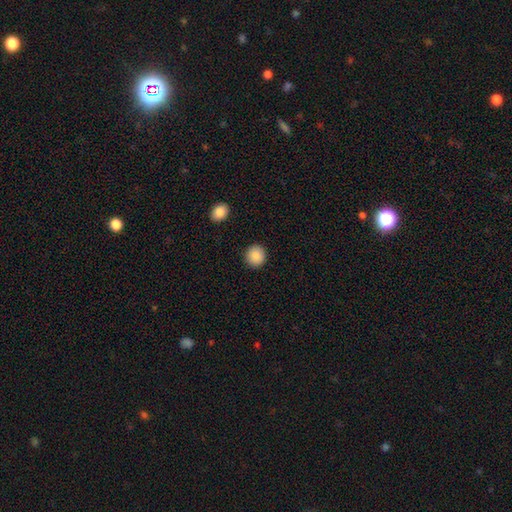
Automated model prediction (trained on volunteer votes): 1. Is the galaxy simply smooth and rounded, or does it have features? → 88% smooth, 7% star or artifact, 4% featured or disk.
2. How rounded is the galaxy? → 91% round, 8% in between, 1% cigar-shaped.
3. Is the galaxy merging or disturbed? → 92% none, 5% minor disturbance, 2% major disturbance, 1% merger.